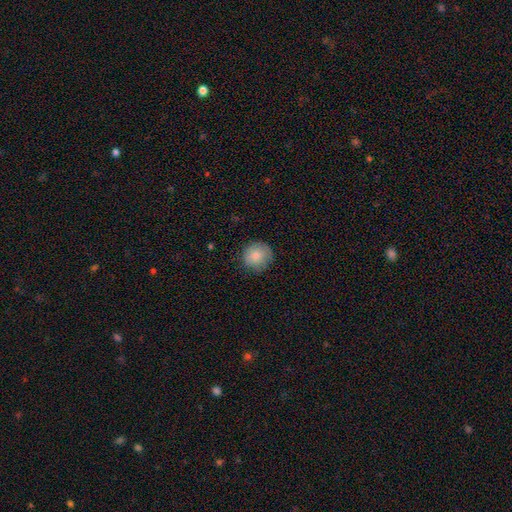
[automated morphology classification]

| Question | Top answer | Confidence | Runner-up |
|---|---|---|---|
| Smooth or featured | smooth | 82% | featured or disk (11%) |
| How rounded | round | 92% | in between (7%) |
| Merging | none | 81% | minor disturbance (15%) |